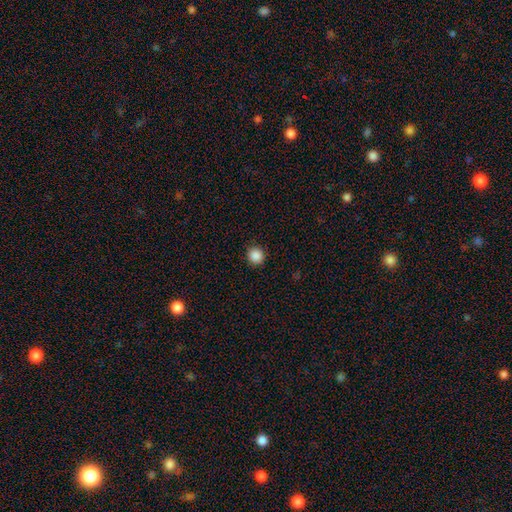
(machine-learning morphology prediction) type=smooth (88%); roundness=round (94%); merging=none (92%).